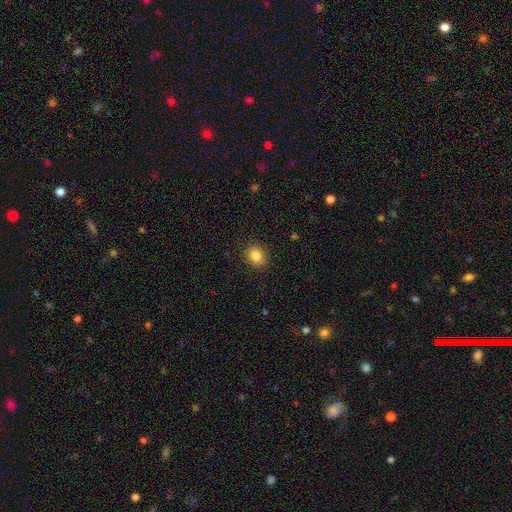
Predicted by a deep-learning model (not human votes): smooth_or_featured: smooth (p=0.84) [alt: star or artifact p=0.10]
how_rounded: round (p=0.62) [alt: in between p=0.37]
merging: none (p=0.88) [alt: minor disturbance p=0.09]